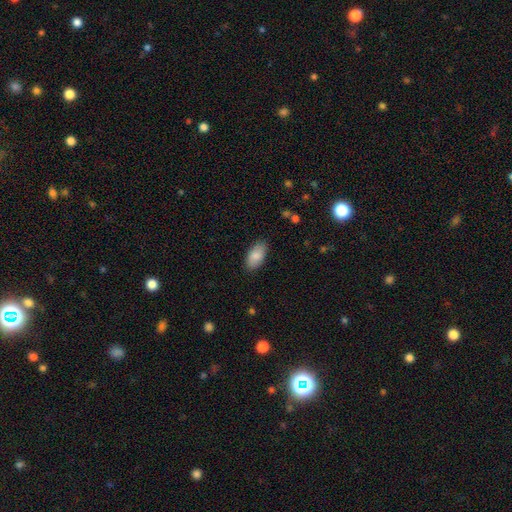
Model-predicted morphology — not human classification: Smooth or featured? Predicted: smooth (p=0.86). How rounded? Predicted: in between (p=0.94). Merging? Predicted: none (p=0.84).